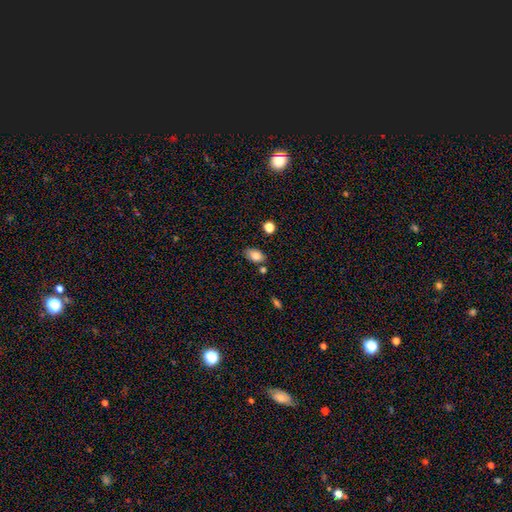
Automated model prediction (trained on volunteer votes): Smooth or featured? Predicted: smooth (p=0.83). How rounded? Predicted: in between (p=0.87). Merging? Predicted: none (p=0.72).